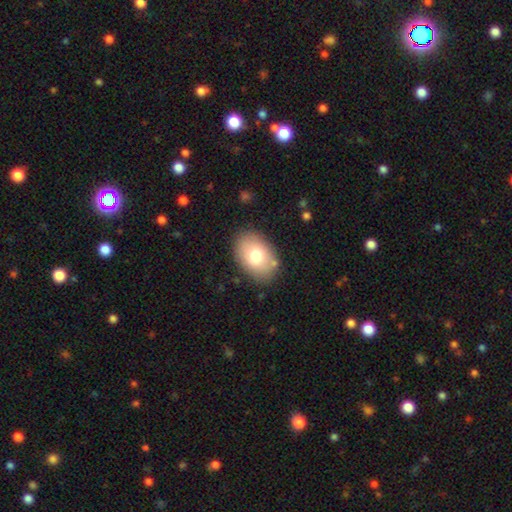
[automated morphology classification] Smooth or featured?
  - smooth: 75% *
  - featured or disk: 18%
  - star or artifact: 8%
How rounded?
  - in between: 83% *
  - round: 16%
  - cigar-shaped: 1%
Merging?
  - none: 84% *
  - minor disturbance: 11%
  - major disturbance: 3%
  - merger: 2%